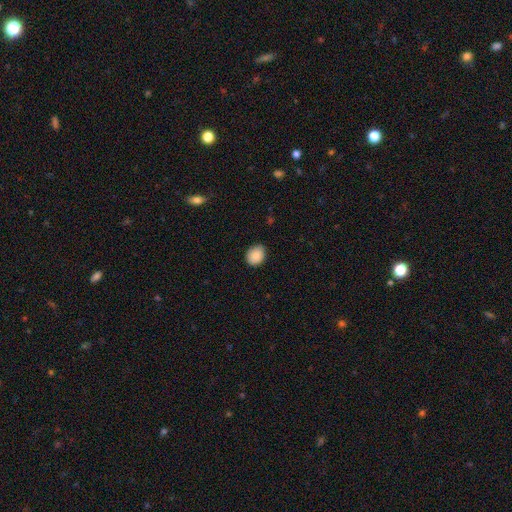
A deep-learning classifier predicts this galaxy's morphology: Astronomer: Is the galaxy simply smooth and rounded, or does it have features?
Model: smooth — 88%.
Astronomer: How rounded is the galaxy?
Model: round — 52% (runner-up: in between, 47%).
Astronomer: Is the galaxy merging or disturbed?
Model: none — 83%.